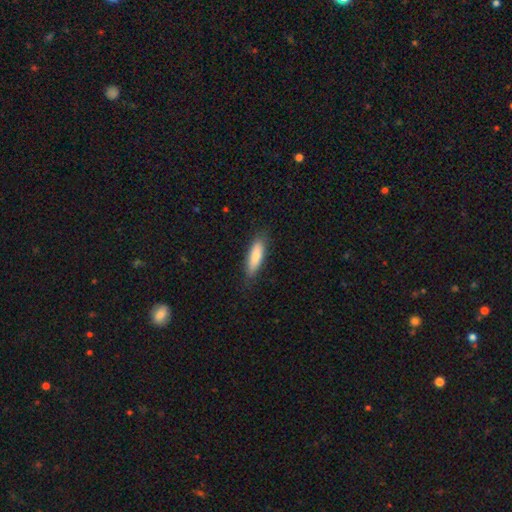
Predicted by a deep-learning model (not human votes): The model was most divided on "how rounded": cigar-shaped: 54%, in between: 45%, round: 2%. More confident: merging — none (83%); smooth or featured — smooth (82%).